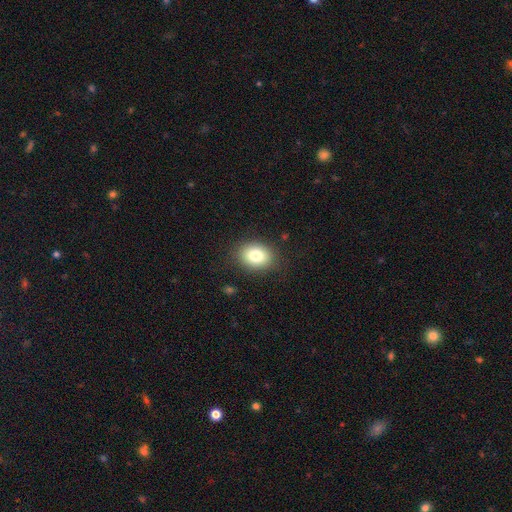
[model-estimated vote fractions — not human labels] Smooth or featured?
  - smooth: 80% *
  - featured or disk: 10%
  - star or artifact: 10%
How rounded?
  - in between: 59% *
  - round: 40%
  - cigar-shaped: 1%
Merging?
  - none: 86% *
  - minor disturbance: 10%
  - major disturbance: 3%
  - merger: 1%